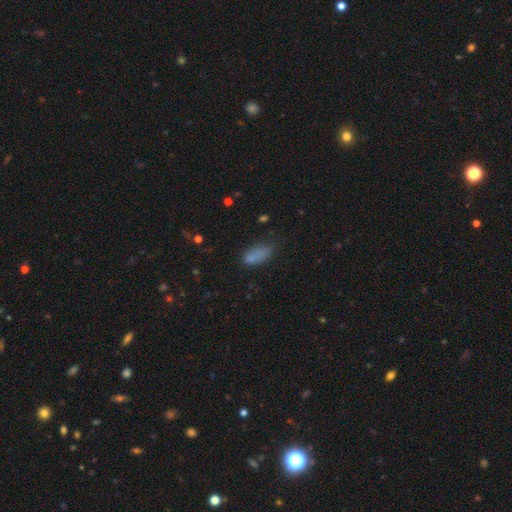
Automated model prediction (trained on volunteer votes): Smooth or featured?
  - smooth: 78% *
  - star or artifact: 12%
  - featured or disk: 10%
How rounded?
  - in between: 84% *
  - cigar-shaped: 13%
  - round: 4%
Merging?
  - none: 50% *
  - minor disturbance: 29%
  - major disturbance: 15%
  - merger: 6%